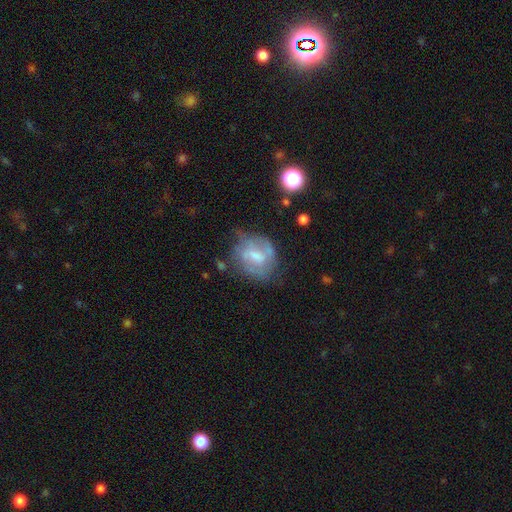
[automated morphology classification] The model was most divided on "spiral arms": yes: 55%, no: 45%. Remaining: edge-on disk — no (96%); smooth or featured — featured or disk (54%); bar — weak (50%); merging — none (48%); bulge size — moderate (41%).